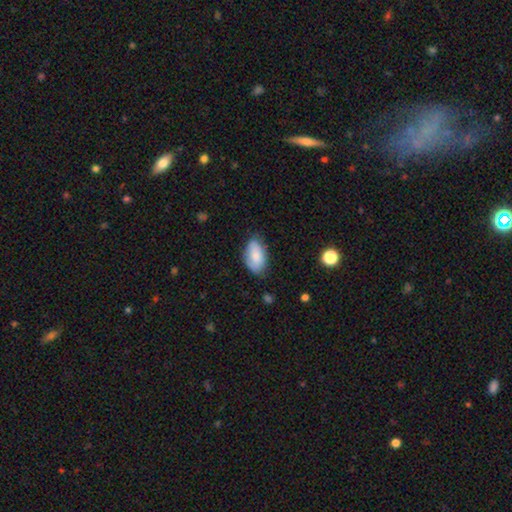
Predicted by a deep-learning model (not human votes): smooth-or-featured: smooth: 80% | featured or disk: 14% | star or artifact: 7%
  how-rounded: in between: 94% | round: 4% | cigar-shaped: 2%
  merging: none: 70% | minor disturbance: 24% | major disturbance: 5% | merger: 1%